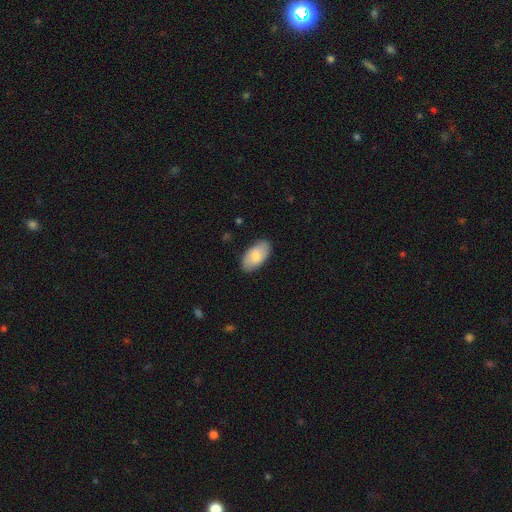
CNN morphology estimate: Q: Smooth or featured?
A: smooth (78%); runner-up: featured or disk (16%)
Q: How rounded?
A: in between (95%); runner-up: round (3%)
Q: Merging?
A: none (85%); runner-up: minor disturbance (11%)